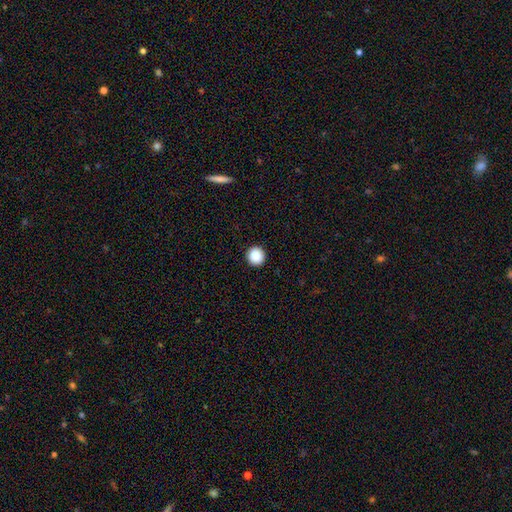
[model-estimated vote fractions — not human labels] Smooth or featured: smooth — 89% (star or artifact — 9%)
How rounded: round — 95% (in between — 4%)
Merging: none — 93% (minor disturbance — 4%)